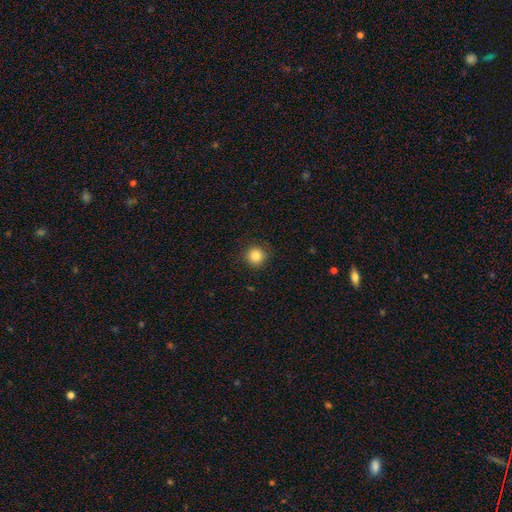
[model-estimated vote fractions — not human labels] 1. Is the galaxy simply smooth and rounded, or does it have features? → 84% smooth, 11% star or artifact, 5% featured or disk.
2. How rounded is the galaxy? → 94% round, 5% in between, 1% cigar-shaped.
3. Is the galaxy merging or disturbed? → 89% none, 8% minor disturbance, 2% major disturbance, 1% merger.